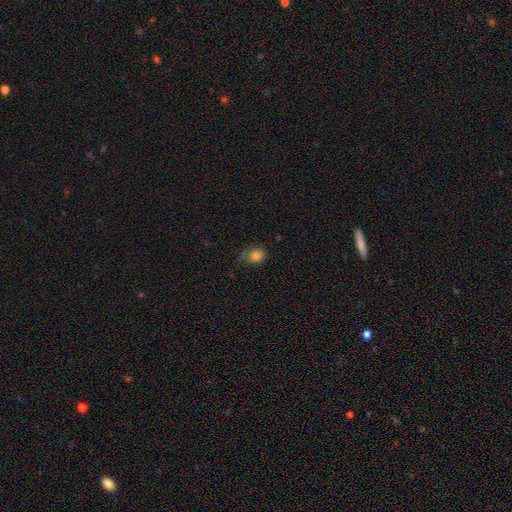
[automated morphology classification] Overall: smooth (81%). How rounded: round (56%; in between 43%). Merging: none (65%; minor disturbance 26%).